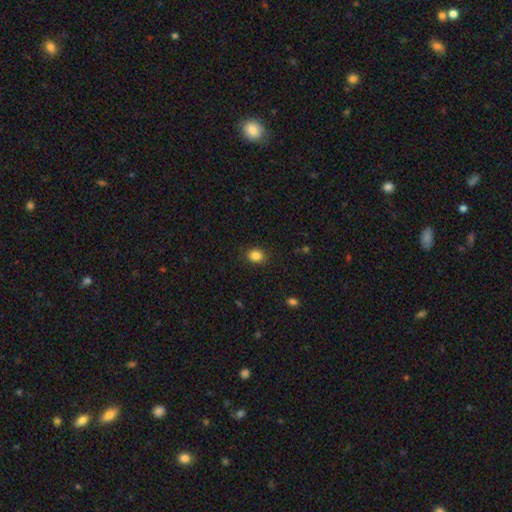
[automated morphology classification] Smooth or featured? Predicted: smooth (p=0.85). How rounded? Predicted: round (p=0.64). Merging? Predicted: none (p=0.88).